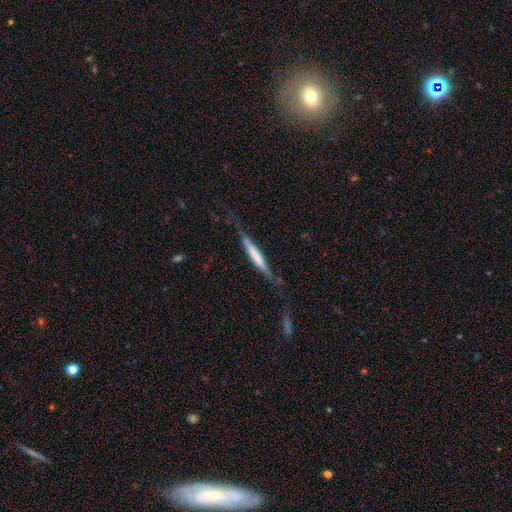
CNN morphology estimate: Overall: featured or disk (50%; smooth 45%). Merging: none (63%; minor disturbance 25%).